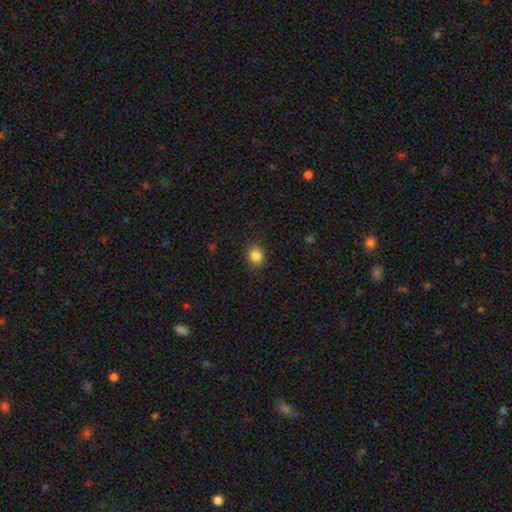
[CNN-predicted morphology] This appears to be a smooth galaxy with no disk features (85%) that is round (74%). Merging: none (87%).